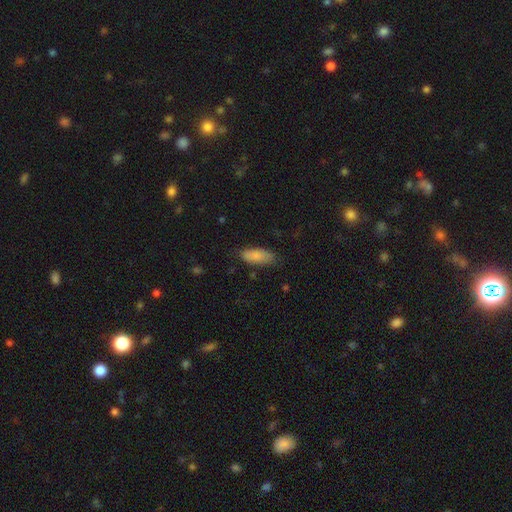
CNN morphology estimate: smooth_or_featured: smooth (p=0.83) [alt: featured or disk p=0.10]
how_rounded: in between (p=0.79) [alt: cigar-shaped p=0.19]
merging: none (p=0.75) [alt: minor disturbance p=0.20]